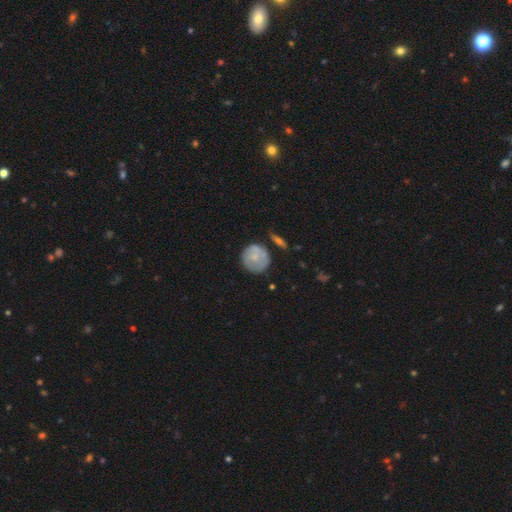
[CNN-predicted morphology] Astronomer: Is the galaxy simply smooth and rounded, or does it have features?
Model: smooth — 64%.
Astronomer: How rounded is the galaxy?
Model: round — 91%.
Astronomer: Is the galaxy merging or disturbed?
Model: none — 68%.